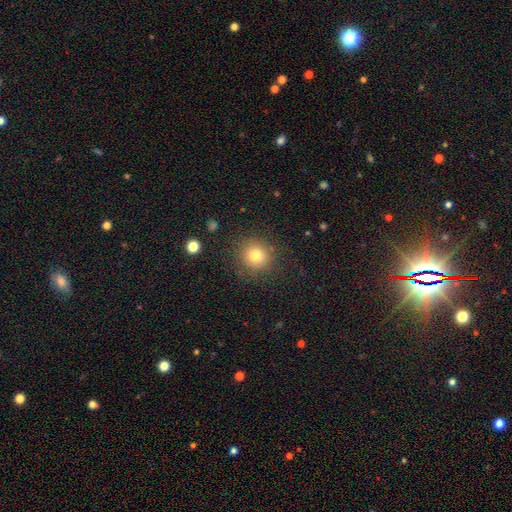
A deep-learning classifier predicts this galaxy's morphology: smooth 78%, star or artifact 13%, featured or disk 9%. Down the decision tree: how rounded — round (90%); merging — none (86%).